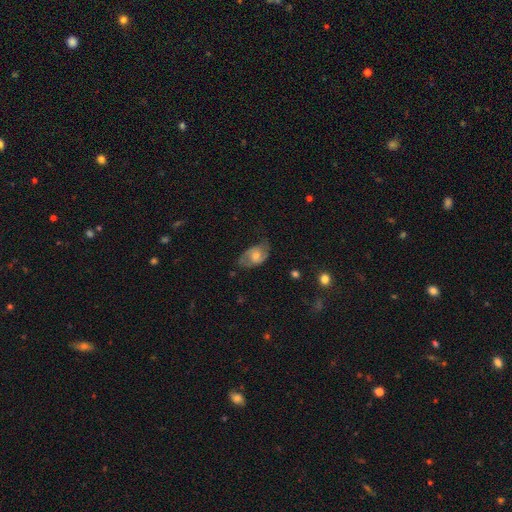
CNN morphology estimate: Overall: featured or disk (63%; smooth 30%). Edge-on disk: no (95%). Bar: no (58%; weak 35%). Spiral arms: yes (87%). Spiral arm count: 2 (83%). Spiral winding: medium (48%; loose 31%). Bulge size: moderate (51%; small 32%). Merging: none (59%; minor disturbance 26%).